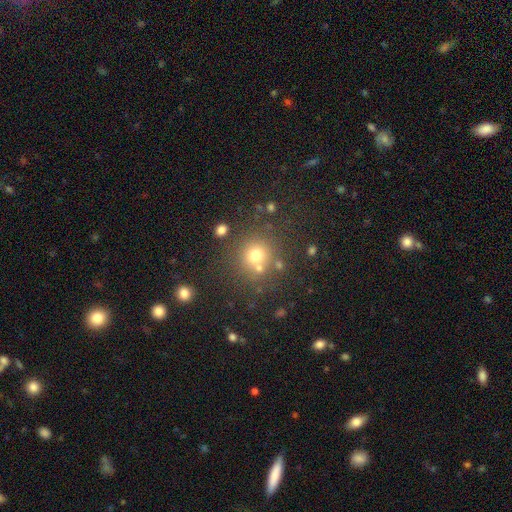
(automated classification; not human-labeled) smooth_or_featured: smooth (p=0.68) [alt: star or artifact p=0.22]
how_rounded: round (p=0.89) [alt: in between p=0.10]
merging: none (p=0.71) [alt: merger p=0.15]